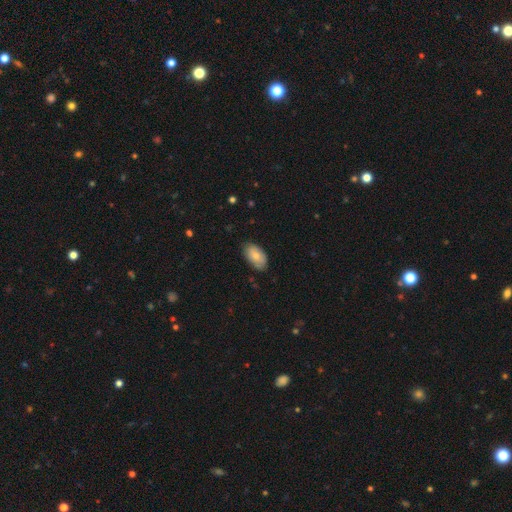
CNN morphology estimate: Smooth or featured?
  - smooth: 79% *
  - featured or disk: 14%
  - star or artifact: 6%
How rounded?
  - in between: 94% *
  - round: 4%
  - cigar-shaped: 2%
Merging?
  - none: 80% *
  - minor disturbance: 17%
  - major disturbance: 3%
  - merger: 1%